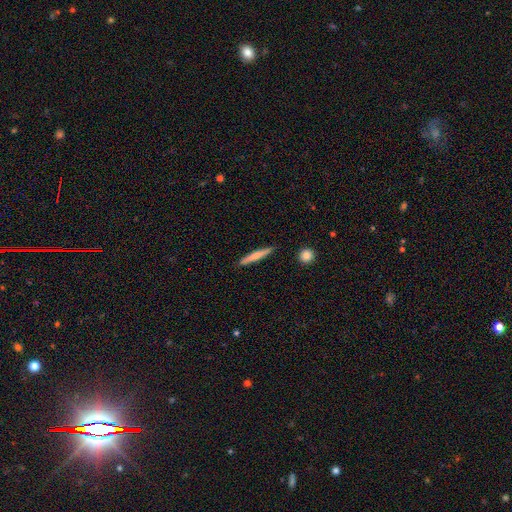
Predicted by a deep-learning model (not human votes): A smooth galaxy with no disk features (64%) that is cigar-shaped (94%).

Vote fractions:
- Smooth or featured? smooth: 64% / featured or disk: 30% / star or artifact: 6%
- How rounded? cigar-shaped: 94% / in between: 4% / round: 2%
- Merging? none: 89% / minor disturbance: 8% / merger: 2% / major disturbance: 2%